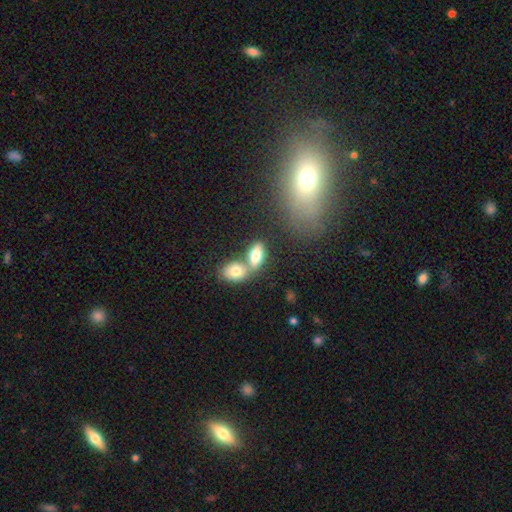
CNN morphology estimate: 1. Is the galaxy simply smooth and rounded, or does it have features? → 75% smooth, 17% featured or disk, 9% star or artifact.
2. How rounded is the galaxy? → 85% in between, 8% round, 7% cigar-shaped.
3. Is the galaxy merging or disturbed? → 44% merger, 43% none, 9% minor disturbance, 4% major disturbance.